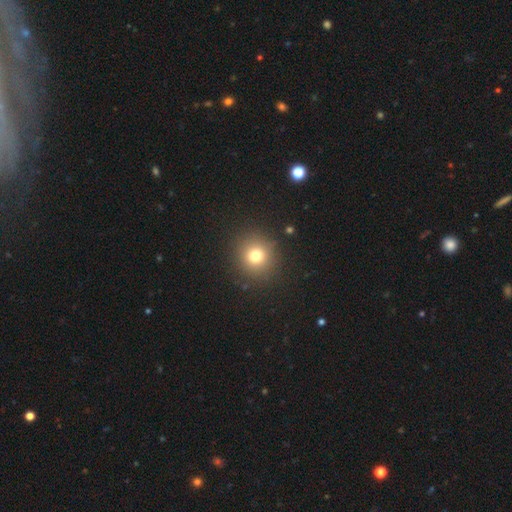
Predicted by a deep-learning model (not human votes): Overall: smooth (76%). How rounded: round (90%). Merging: none (88%).